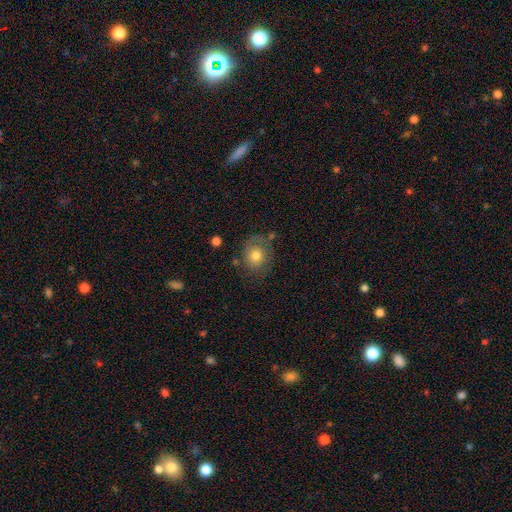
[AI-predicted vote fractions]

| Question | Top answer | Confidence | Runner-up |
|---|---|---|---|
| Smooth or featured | smooth | 68% | featured or disk (23%) |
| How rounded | round | 71% | in between (28%) |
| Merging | none | 64% | minor disturbance (21%) |